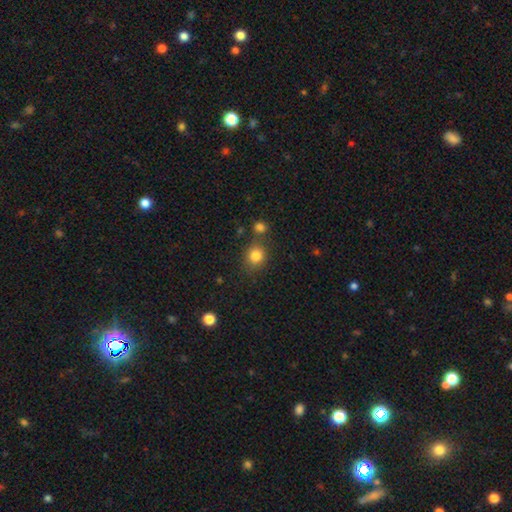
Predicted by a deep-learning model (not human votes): This appears to be a smooth galaxy with no disk features (82%) that is round (81%). Merging: none (73%).